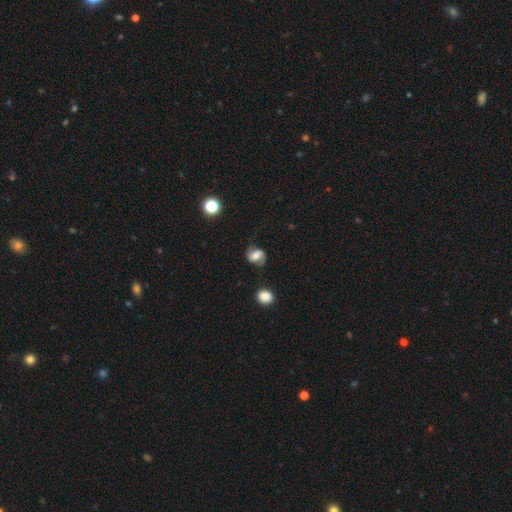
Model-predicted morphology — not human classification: type=featured or disk (60%); edge-on=no (97%); bar=weak (42%); spiral arms=yes (90%); winding=medium (46%); arm count=2 (89%); bulge=moderate (58%); merging=none (71%).